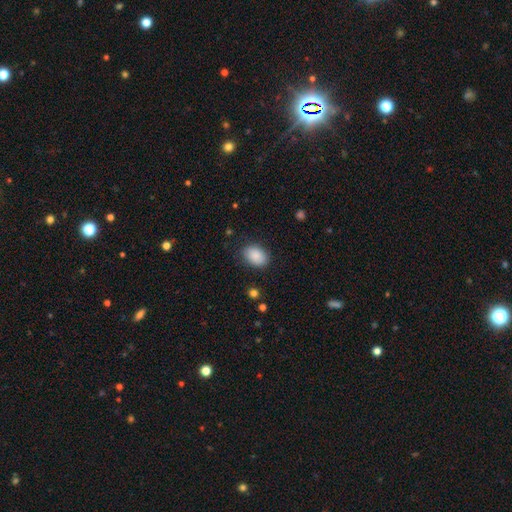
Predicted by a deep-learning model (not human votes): smooth-or-featured: smooth: 89% | star or artifact: 7% | featured or disk: 4%
  how-rounded: in between: 81% | round: 18% | cigar-shaped: 1%
  merging: none: 84% | minor disturbance: 11% | major disturbance: 3% | merger: 1%